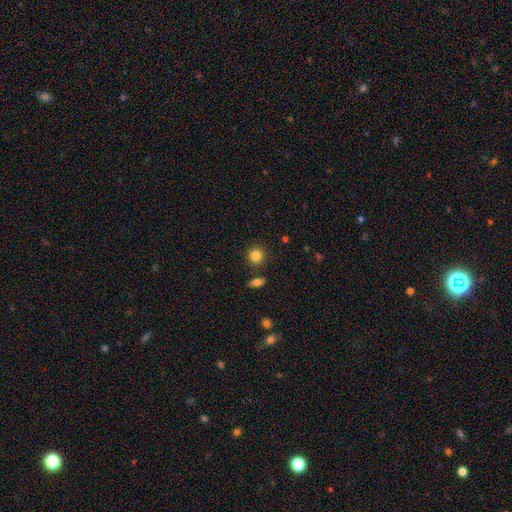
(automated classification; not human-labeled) Smooth or featured? Predicted: smooth (p=0.84). How rounded? Predicted: round (p=0.91). Merging? Predicted: none (p=0.85).